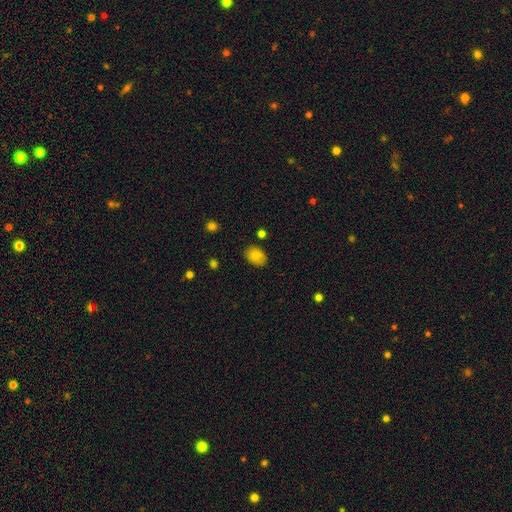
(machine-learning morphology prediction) smooth-or-featured: smooth: 82% | featured or disk: 9% | star or artifact: 9%
  how-rounded: in between: 77% | round: 22% | cigar-shaped: 1%
  merging: none: 84% | minor disturbance: 12% | major disturbance: 3% | merger: 2%